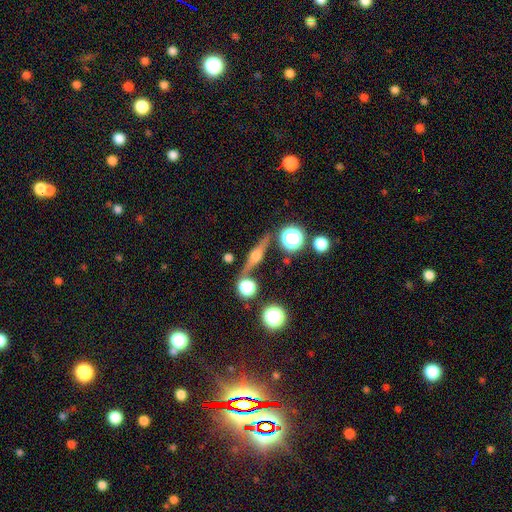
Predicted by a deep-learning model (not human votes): Smooth or featured: featured or disk — 75% (smooth — 16%)
Edge-on disk: yes — 95% (no — 5%)
Edge-on bulge: rounded — 92% (boxy — 6%)
Merging: none — 82% (minor disturbance — 10%)